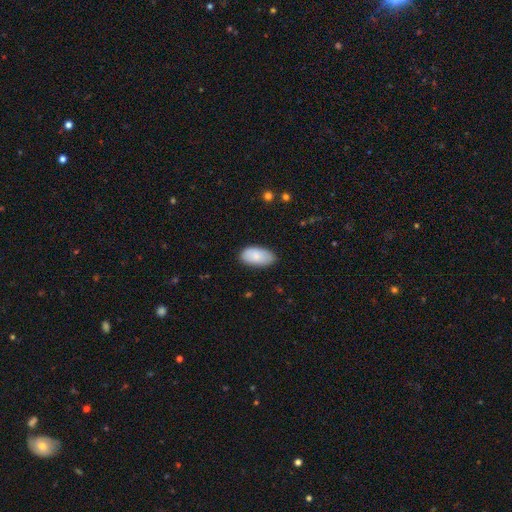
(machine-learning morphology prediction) Smooth or featured: smooth — 84% (featured or disk — 9%)
How rounded: in between — 95% (round — 3%)
Merging: none — 78% (minor disturbance — 18%)